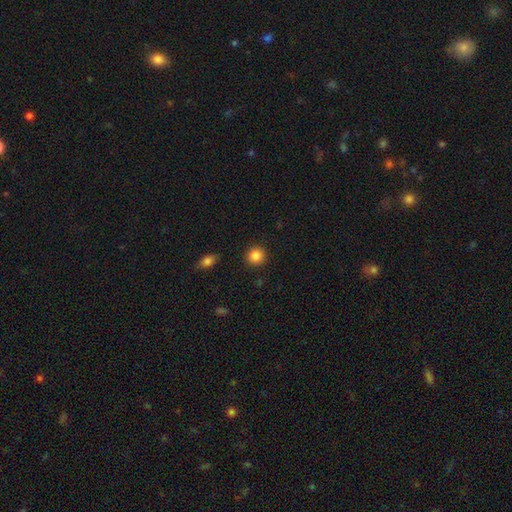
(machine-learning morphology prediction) Q: Smooth or featured?
A: smooth (86%); runner-up: star or artifact (10%)
Q: How rounded?
A: round (93%); runner-up: in between (6%)
Q: Merging?
A: none (91%); runner-up: minor disturbance (6%)